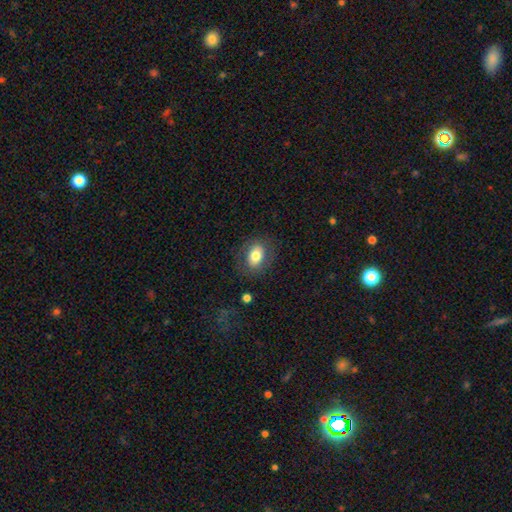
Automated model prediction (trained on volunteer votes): Smooth or featured? Predicted: smooth (p=0.75). How rounded? Predicted: in between (p=0.72). Merging? Predicted: none (p=0.80).